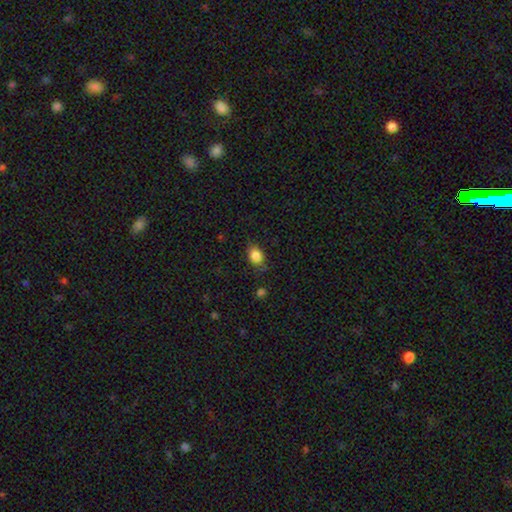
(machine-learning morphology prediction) Q: Smooth or featured?
A: smooth (85%); runner-up: star or artifact (9%)
Q: How rounded?
A: in between (64%); runner-up: round (35%)
Q: Merging?
A: none (76%); runner-up: minor disturbance (18%)